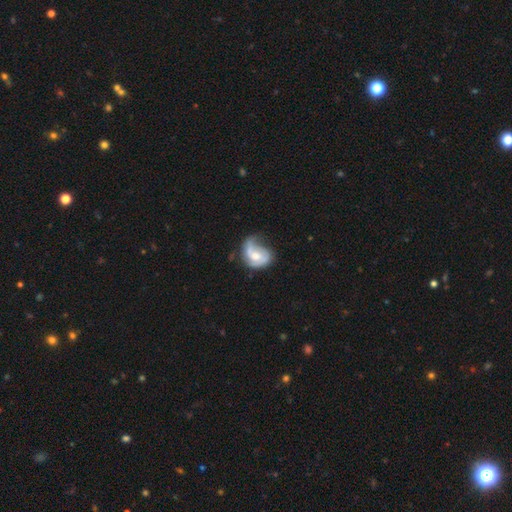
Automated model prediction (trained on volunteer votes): Smooth or featured? Predicted: featured or disk (p=0.64). Edge-on disk? Predicted: no (p=0.97). Bar? Predicted: no (p=0.56). Spiral arms? Predicted: yes (p=0.79). Bulge size? Predicted: moderate (p=0.60). Merging? Predicted: minor disturbance (p=0.32, tied with major disturbance).